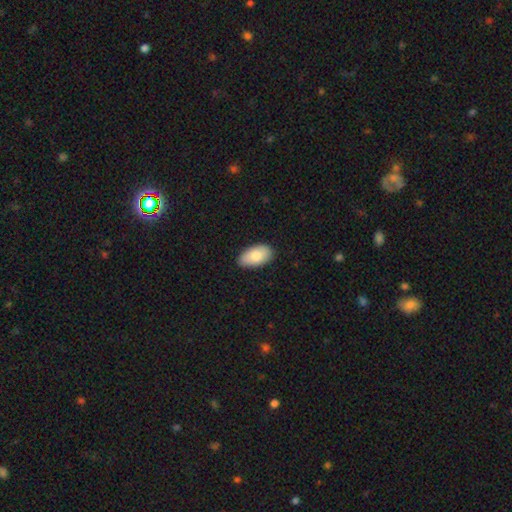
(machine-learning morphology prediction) A smooth galaxy with no disk features (83%) that is in between round and cigar-shaped (95%).

Vote fractions:
- Smooth or featured? smooth: 83% / featured or disk: 11% / star or artifact: 6%
- How rounded? in between: 95% / round: 3% / cigar-shaped: 2%
- Merging? none: 84% / minor disturbance: 13% / major disturbance: 2% / merger: 1%